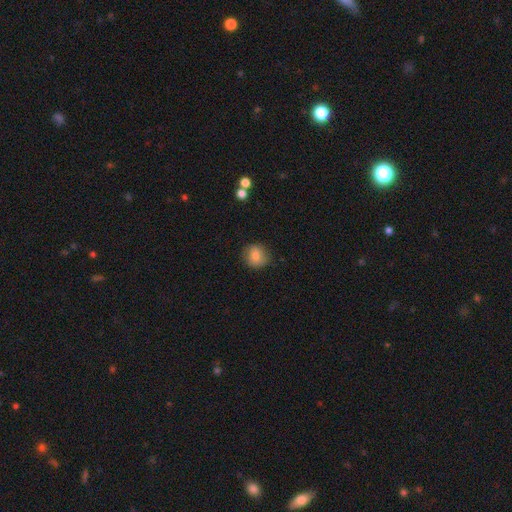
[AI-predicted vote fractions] The model was most divided on "smooth or featured": smooth: 79%, featured or disk: 12%, star or artifact: 9%. More confident: how rounded — round (85%); merging — none (81%).